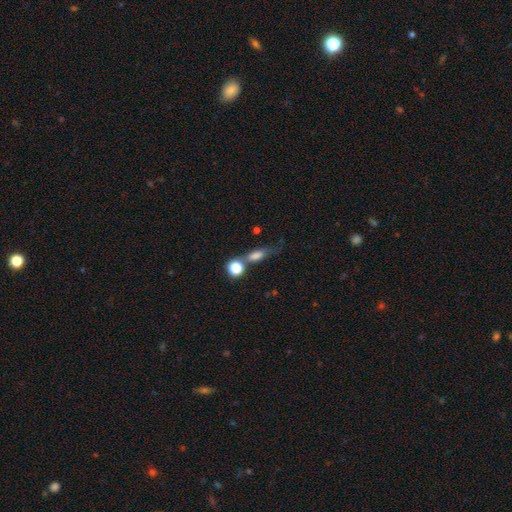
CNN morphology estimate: smooth-or-featured: smooth: 66% | featured or disk: 20% | star or artifact: 14%
  how-rounded: in between: 45% | cigar-shaped: 38% | round: 17%
  merging: none: 47% | merger: 24% | minor disturbance: 17% | major disturbance: 12%